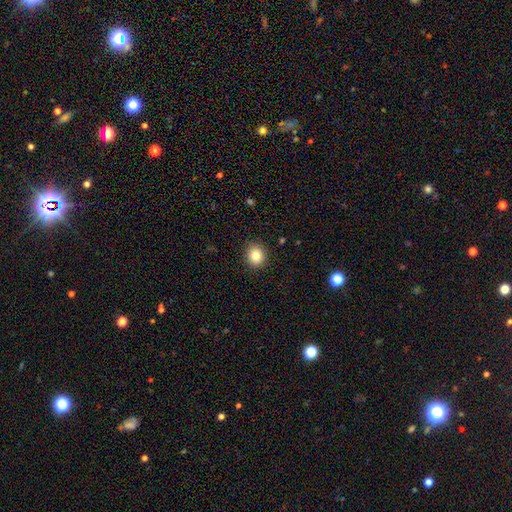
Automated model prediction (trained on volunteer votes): Smooth or featured? Predicted: smooth (p=0.82). How rounded? Predicted: round (p=0.81). Merging? Predicted: none (p=0.90).